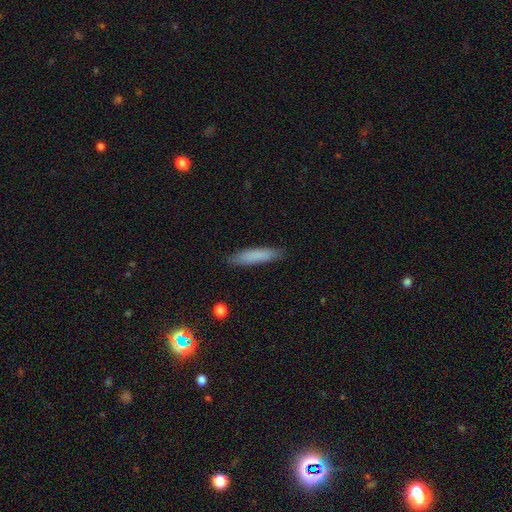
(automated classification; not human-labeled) Smooth or featured? Predicted: smooth (p=0.80). How rounded? Predicted: cigar-shaped (p=0.86). Merging? Predicted: none (p=0.88).